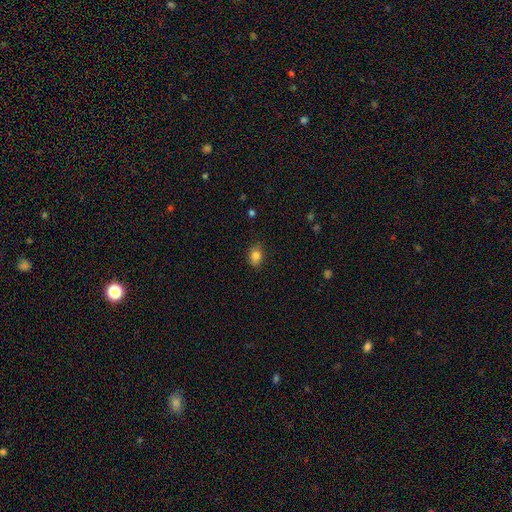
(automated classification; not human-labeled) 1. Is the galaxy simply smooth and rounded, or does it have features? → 83% smooth, 10% star or artifact, 7% featured or disk.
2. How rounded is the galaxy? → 70% in between, 29% round, 1% cigar-shaped.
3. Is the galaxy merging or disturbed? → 84% none, 12% minor disturbance, 2% major disturbance, 1% merger.